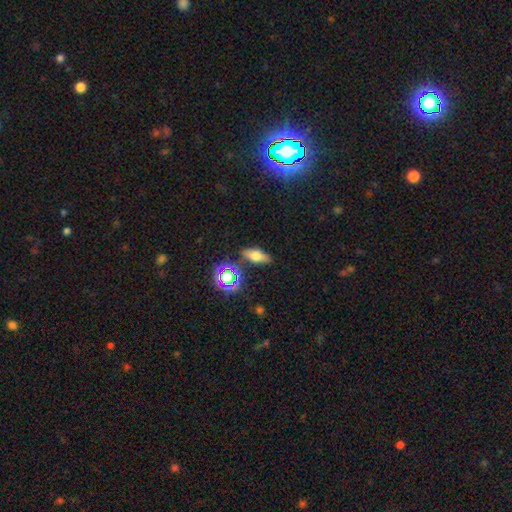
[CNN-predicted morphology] Q: Smooth or featured?
A: smooth (58%); runner-up: featured or disk (23%)
Q: How rounded?
A: in between (66%); runner-up: cigar-shaped (25%)
Q: Merging?
A: none (80%); runner-up: minor disturbance (13%)